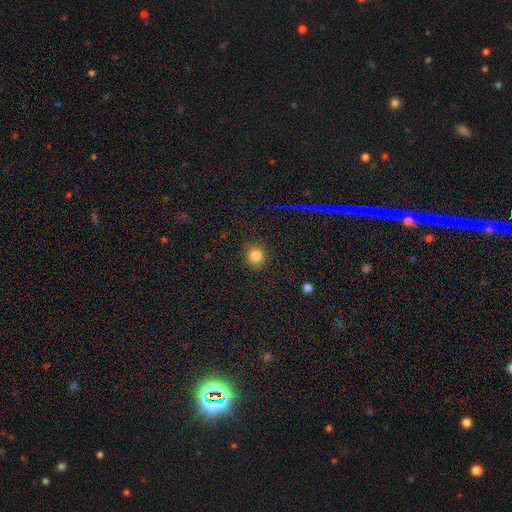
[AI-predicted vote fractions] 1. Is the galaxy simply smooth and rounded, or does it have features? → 82% smooth, 12% star or artifact, 5% featured or disk.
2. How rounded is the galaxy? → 86% round, 13% in between, 1% cigar-shaped.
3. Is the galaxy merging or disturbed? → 87% none, 9% minor disturbance, 3% major disturbance, 1% merger.